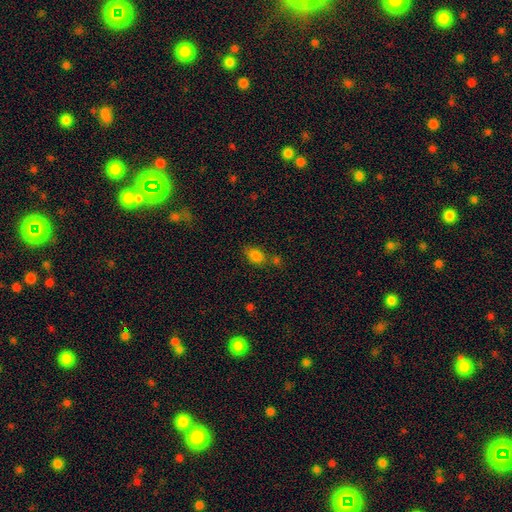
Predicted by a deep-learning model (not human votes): Smooth or featured: smooth — 81% (star or artifact — 13%)
How rounded: in between — 75% (round — 22%)
Merging: none — 56% (merger — 22%)